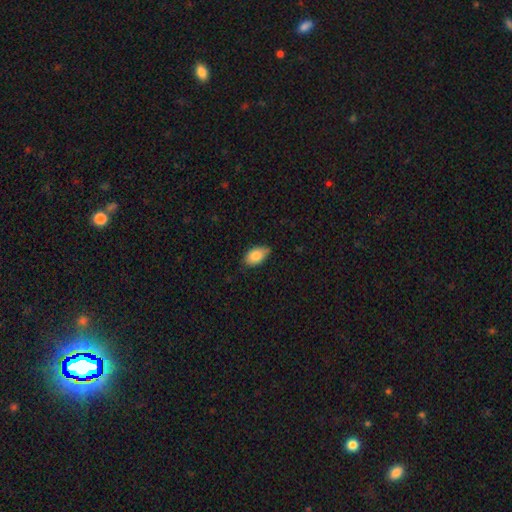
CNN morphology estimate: The model was most divided on "merging": none: 73%, minor disturbance: 23%, major disturbance: 3%, merger: 1%. More confident: how rounded — in between (92%); smooth or featured — smooth (85%).